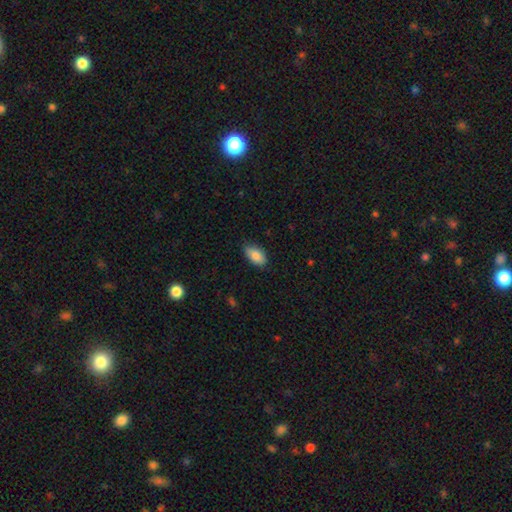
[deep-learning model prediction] smooth-or-featured: smooth: 86% | featured or disk: 8% | star or artifact: 7%
  how-rounded: in between: 93% | round: 4% | cigar-shaped: 3%
  merging: none: 79% | minor disturbance: 18% | major disturbance: 3% | merger: 1%